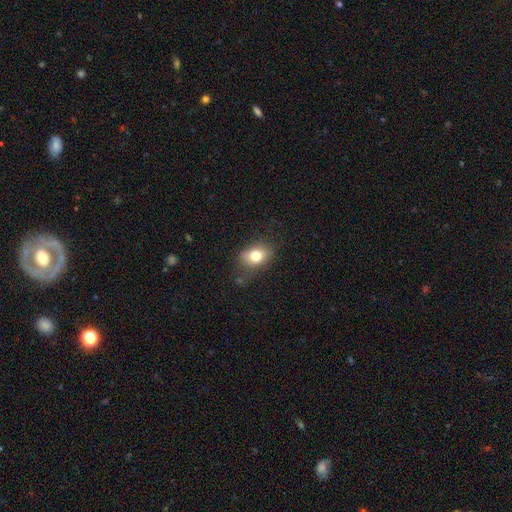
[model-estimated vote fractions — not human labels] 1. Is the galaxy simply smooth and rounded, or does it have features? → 77% smooth, 13% featured or disk, 10% star or artifact.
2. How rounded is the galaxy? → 71% in between, 28% round, 1% cigar-shaped.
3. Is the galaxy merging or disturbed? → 70% none, 21% minor disturbance, 7% major disturbance, 2% merger.